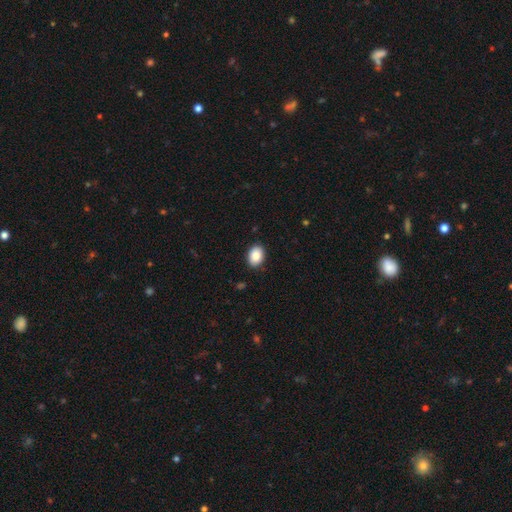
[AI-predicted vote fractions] This is clearly a smooth galaxy (89%). How rounded: clearly in between (81%). Merging: clearly none (88%).